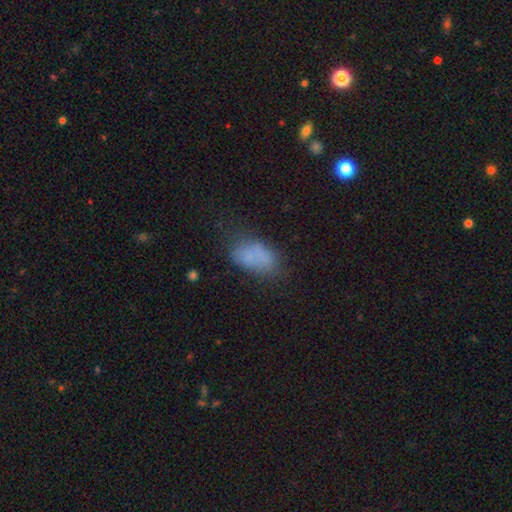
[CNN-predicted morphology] Overall: smooth (68%). How rounded: in between (90%). Merging: none (46%; minor disturbance 27%).